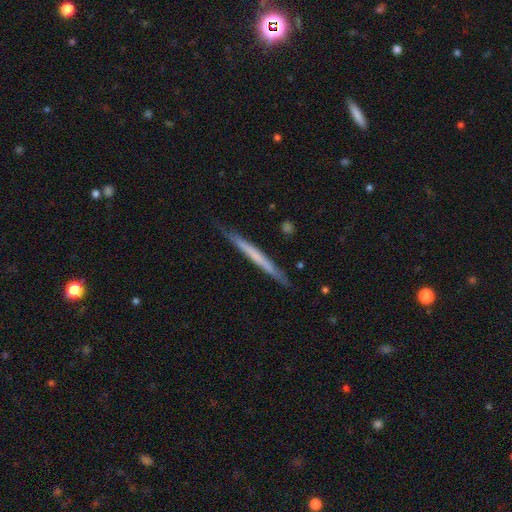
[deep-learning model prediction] A smooth galaxy with no disk features (48%). Merging: none (86%).